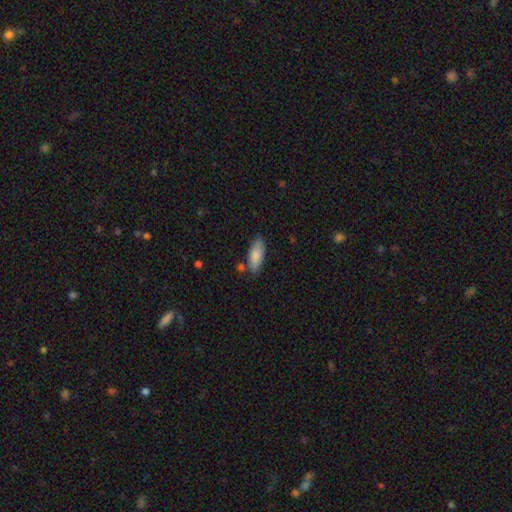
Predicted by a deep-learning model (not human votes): smooth_or_featured: smooth (p=0.85) [alt: featured or disk p=0.09]
how_rounded: in between (p=0.76) [alt: cigar-shaped p=0.22]
merging: none (p=0.74) [alt: minor disturbance p=0.17]